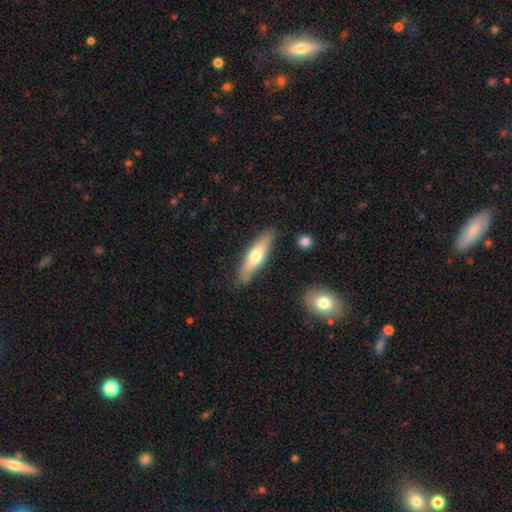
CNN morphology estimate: Smooth or featured: smooth — 55% (featured or disk — 39%)
How rounded: cigar-shaped — 71% (in between — 27%)
Merging: none — 84% (minor disturbance — 11%)